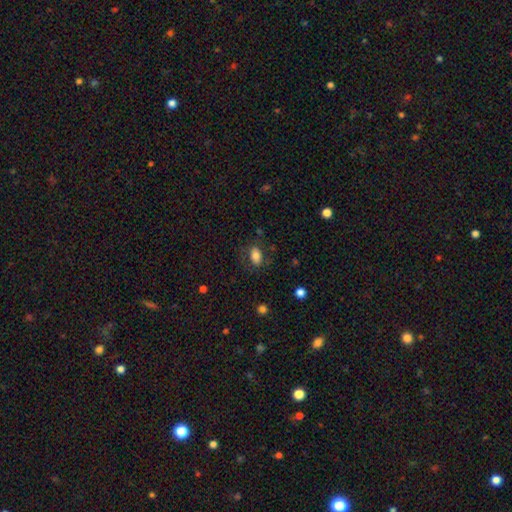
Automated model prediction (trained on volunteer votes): smooth 76%, featured or disk 16%, star or artifact 9%. Down the decision tree: how rounded — in between (86%); merging — none (73%).